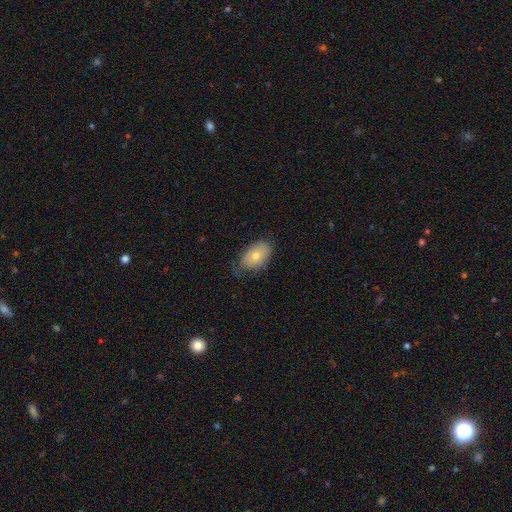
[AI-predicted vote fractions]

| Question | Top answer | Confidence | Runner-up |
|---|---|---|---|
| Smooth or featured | smooth | 73% | featured or disk (19%) |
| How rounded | in between | 90% | round (8%) |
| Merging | none | 62% | minor disturbance (29%) |